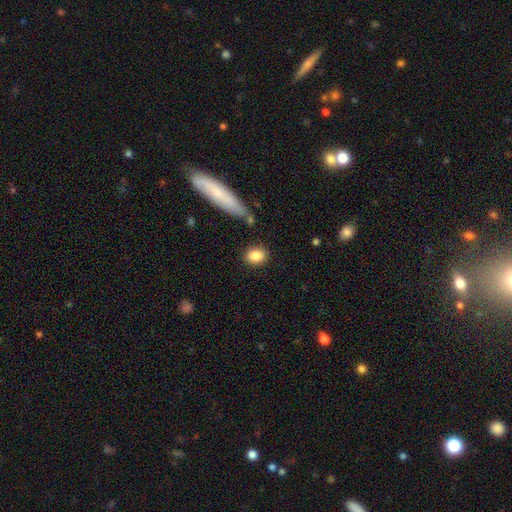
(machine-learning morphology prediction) A smooth galaxy with no disk features (86%) that is in between round and cigar-shaped (61%). Merging: none (83%).